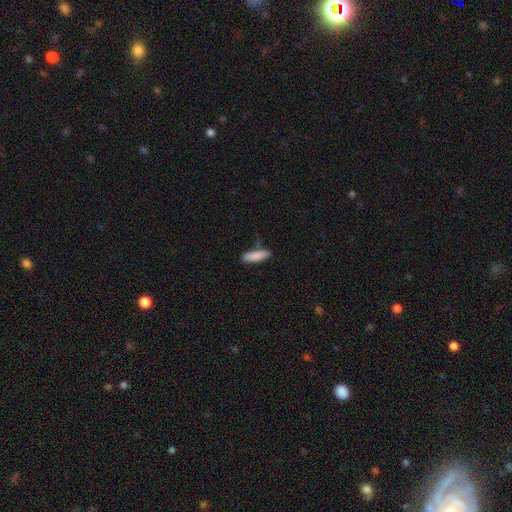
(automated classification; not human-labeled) Q: Smooth or featured?
A: smooth (86%); runner-up: featured or disk (8%)
Q: How rounded?
A: cigar-shaped (67%); runner-up: in between (31%)
Q: Merging?
A: none (77%); runner-up: minor disturbance (16%)